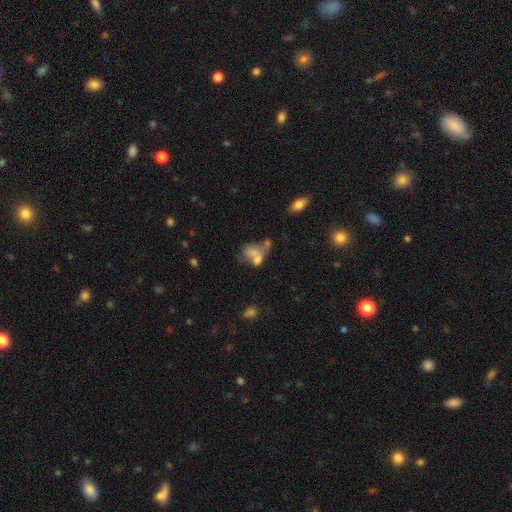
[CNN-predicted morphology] Smooth or featured: smooth — 59% (featured or disk — 28%)
How rounded: in between — 70% (round — 28%)
Merging: merger — 51% (none — 20%)